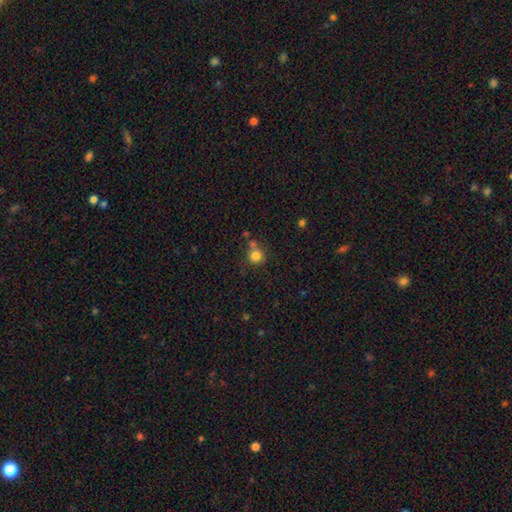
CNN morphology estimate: A smooth galaxy with no disk features (81%) that is round (92%). Merging: none (67%).